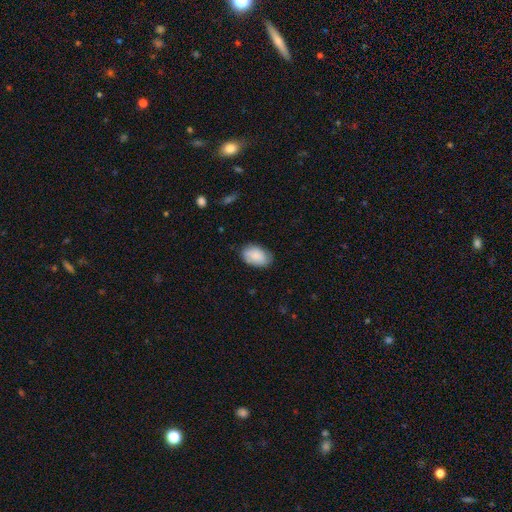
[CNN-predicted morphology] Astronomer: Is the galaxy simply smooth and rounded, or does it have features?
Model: smooth — 84%.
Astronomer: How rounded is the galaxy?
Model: in between — 92%.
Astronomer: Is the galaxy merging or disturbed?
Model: none — 78%.